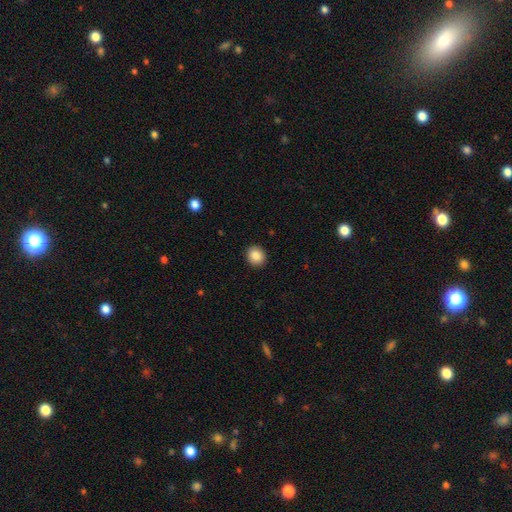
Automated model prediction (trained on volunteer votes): smooth-or-featured: smooth: 86% | star or artifact: 8% | featured or disk: 5%
  how-rounded: round: 78% | in between: 21% | cigar-shaped: 1%
  merging: none: 92% | minor disturbance: 5% | major disturbance: 2% | merger: 1%